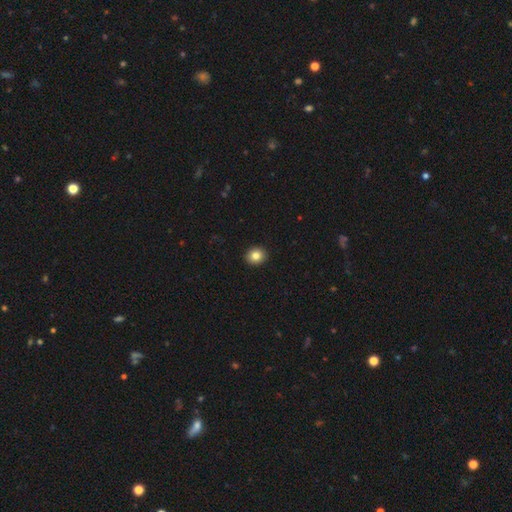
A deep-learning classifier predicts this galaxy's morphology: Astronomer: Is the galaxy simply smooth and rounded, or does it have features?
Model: smooth — 83%.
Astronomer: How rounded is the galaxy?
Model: round — 77%.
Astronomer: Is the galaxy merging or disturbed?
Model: none — 93%.